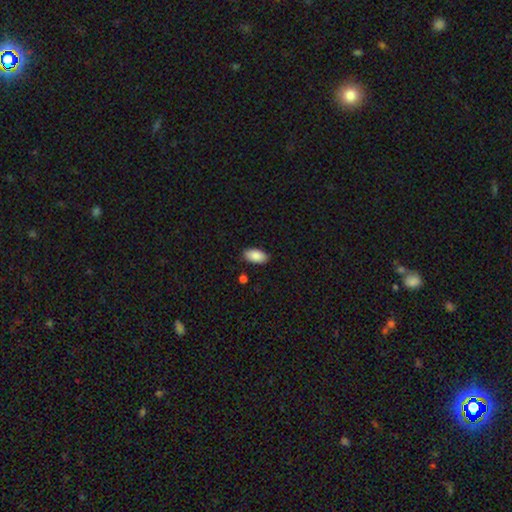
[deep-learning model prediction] This appears to be a smooth galaxy with no disk features (89%) that is in between round and cigar-shaped (94%). Merging: none (87%).